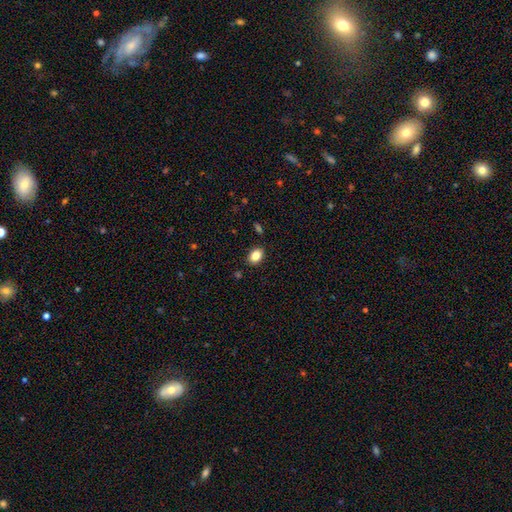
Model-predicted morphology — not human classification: Smooth or featured?
  - smooth: 85% *
  - star or artifact: 9%
  - featured or disk: 6%
How rounded?
  - in between: 78% *
  - round: 21%
  - cigar-shaped: 1%
Merging?
  - none: 87% *
  - minor disturbance: 9%
  - major disturbance: 2%
  - merger: 2%